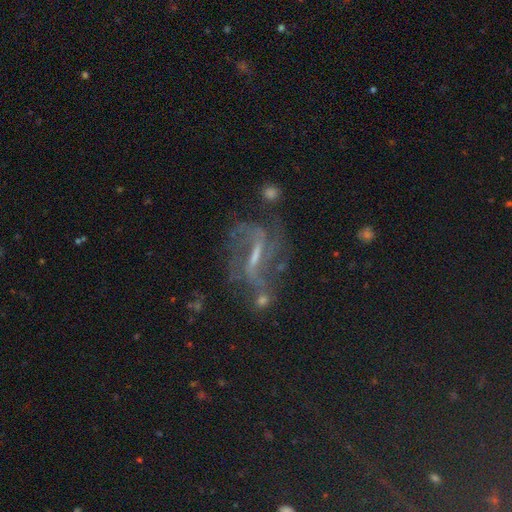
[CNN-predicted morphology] A featured or disk galaxy (73%) with a strong bar (47%), 2 (50%) loose (41%) spiral arms (86%) and a small central bulge (47%). Merging: none (50%).